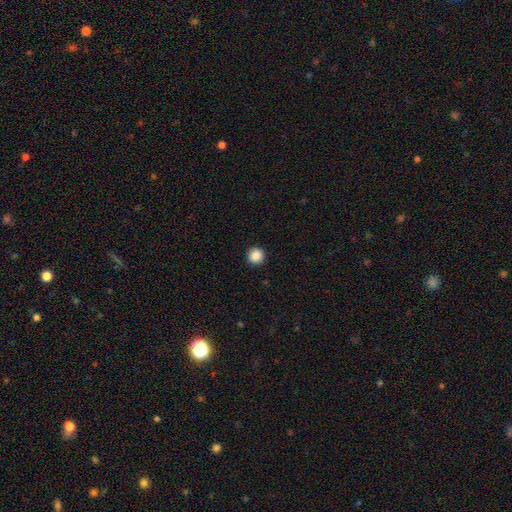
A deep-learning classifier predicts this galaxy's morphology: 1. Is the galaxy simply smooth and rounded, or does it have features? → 88% smooth, 9% star or artifact, 3% featured or disk.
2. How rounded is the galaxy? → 96% round, 3% in between, 1% cigar-shaped.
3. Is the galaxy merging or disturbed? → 93% none, 4% minor disturbance, 1% major disturbance, 1% merger.